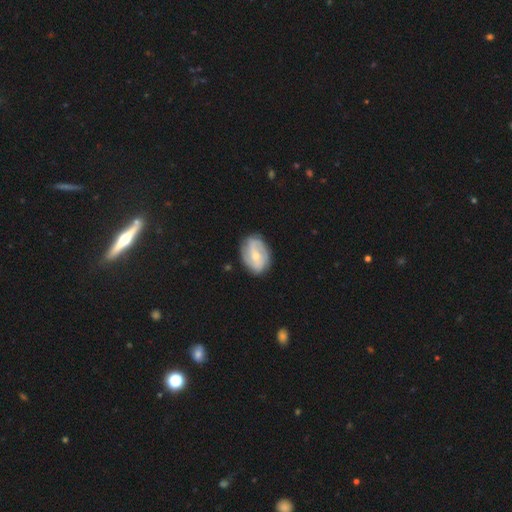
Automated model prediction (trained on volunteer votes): A featured or disk galaxy (67%) with no bar (44%), 2 (56%) medium (39%) spiral arms (85%) and a small central bulge (50%). Merging: none (77%).